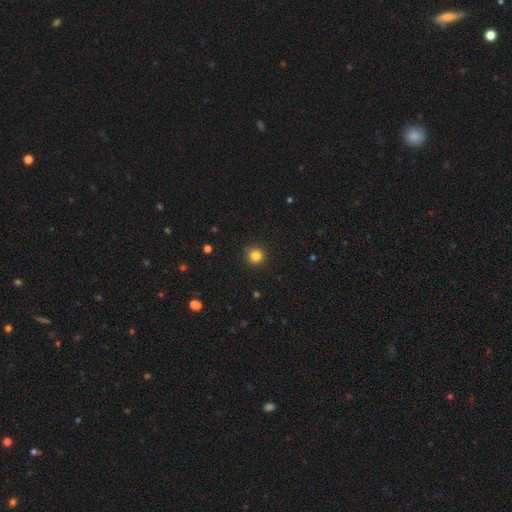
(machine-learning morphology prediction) The model was most divided on "smooth or featured": smooth: 83%, star or artifact: 12%, featured or disk: 5%. More confident: how rounded — round (95%); merging — none (89%).